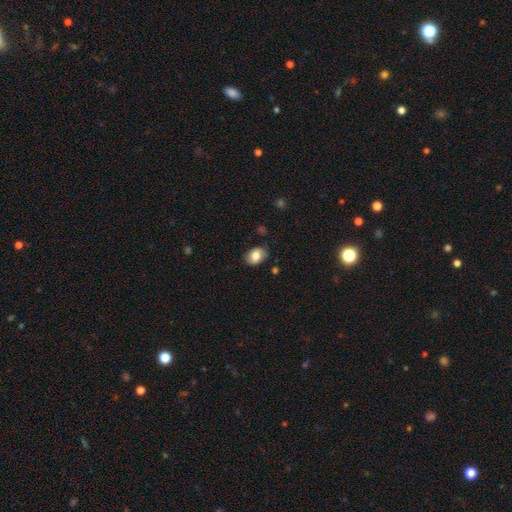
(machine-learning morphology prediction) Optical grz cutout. It shows a smooth galaxy with no disk features (79%) that is in between round and cigar-shaped (76%). Merging: none (78%).